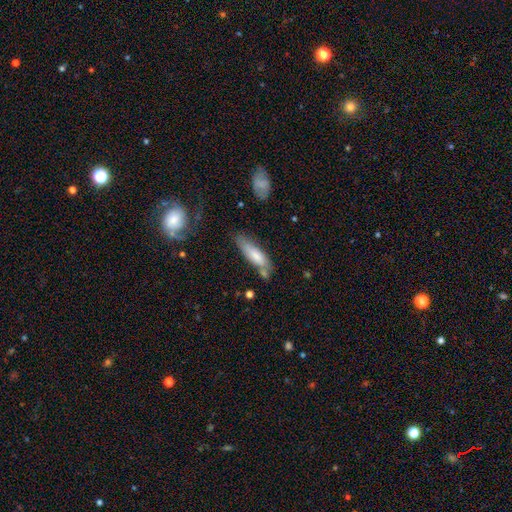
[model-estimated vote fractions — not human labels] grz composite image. It shows a smooth galaxy with no disk features (74%) that is cigar-shaped (60%). Merging: none (57%).